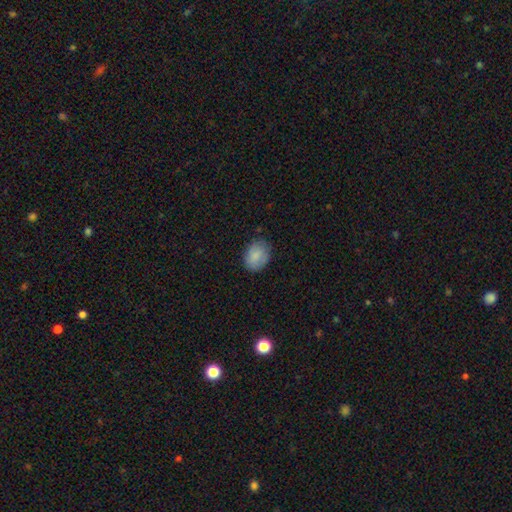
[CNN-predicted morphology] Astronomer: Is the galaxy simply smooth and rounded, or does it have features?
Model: smooth — 86%.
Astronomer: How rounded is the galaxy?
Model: in between — 67%.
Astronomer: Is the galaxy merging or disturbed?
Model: none — 78%.